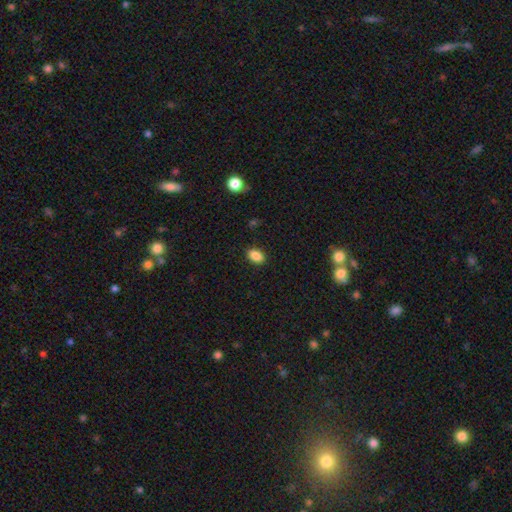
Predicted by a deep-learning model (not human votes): This is clearly a smooth galaxy (87%). How rounded: clearly in between (83%). Merging: clearly none (89%).